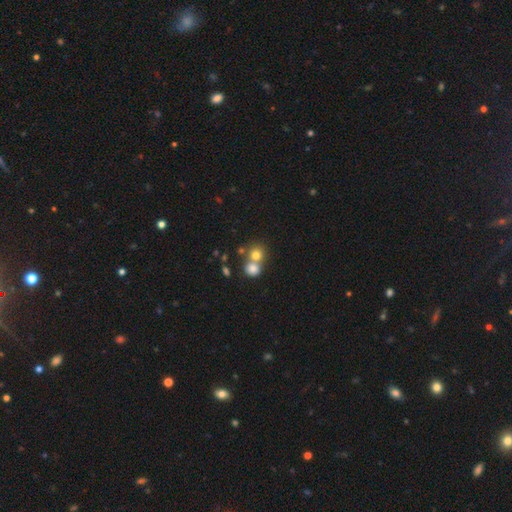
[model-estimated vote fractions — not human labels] Smooth or featured? Predicted: smooth (p=0.77). How rounded? Predicted: round (p=0.84). Merging? Predicted: merger (p=0.49).